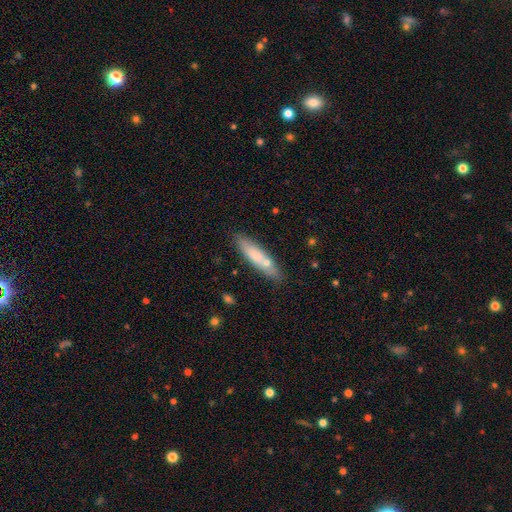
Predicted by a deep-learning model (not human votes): The model was most divided on "smooth or featured": smooth: 70%, featured or disk: 24%, star or artifact: 7%. More confident: how rounded — cigar-shaped (77%); merging — none (76%).